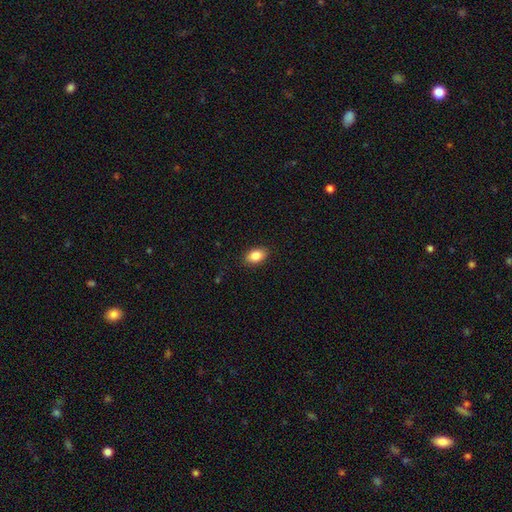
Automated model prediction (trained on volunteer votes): This is clearly a smooth galaxy (87%). How rounded: clearly in between (89%). Merging: clearly none (88%).